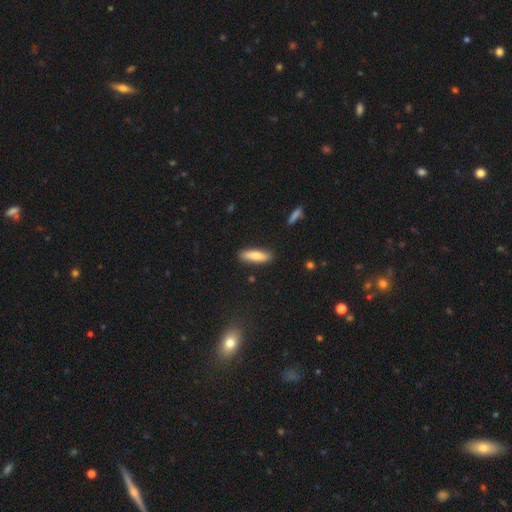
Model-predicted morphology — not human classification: type=smooth (78%); roundness=cigar-shaped (65%); merging=none (87%).